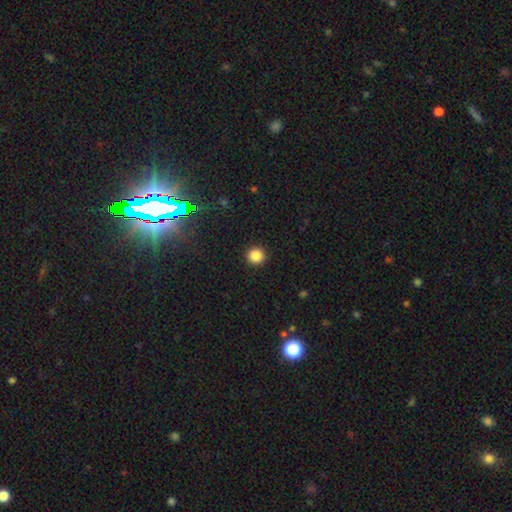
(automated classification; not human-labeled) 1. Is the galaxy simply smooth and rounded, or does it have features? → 85% smooth, 12% star or artifact, 3% featured or disk.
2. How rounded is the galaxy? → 94% round, 5% in between, 1% cigar-shaped.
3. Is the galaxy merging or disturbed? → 93% none, 5% minor disturbance, 2% major disturbance, 1% merger.